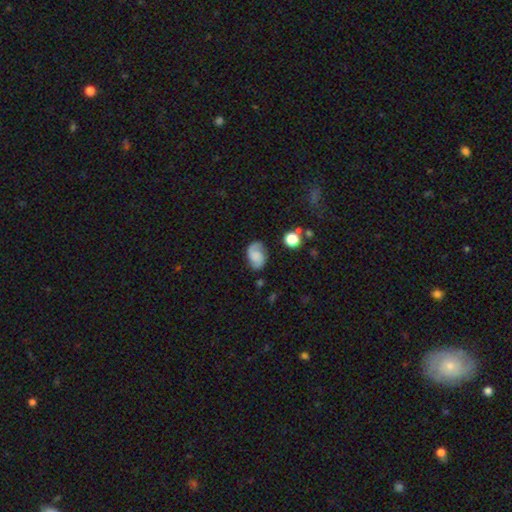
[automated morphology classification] Smooth or featured: featured or disk — 55% (smooth — 36%)
Edge-on disk: no — 97% (yes — 3%)
Bar: no — 61% (weak — 32%)
Spiral arms: yes — 92% (no — 8%)
Bulge size: none — 46% (small — 22%)
Merging: none — 69% (minor disturbance — 21%)